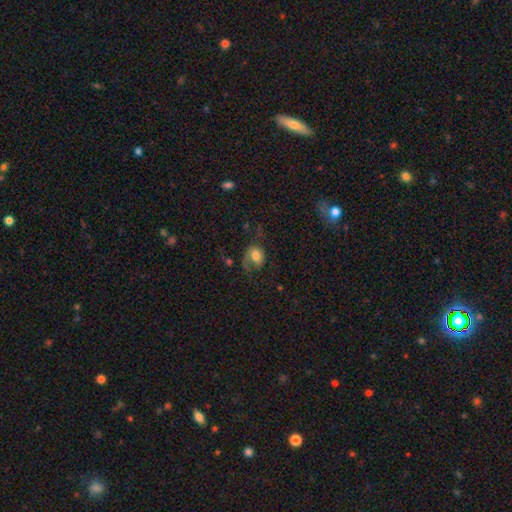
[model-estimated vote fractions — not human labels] Smooth or featured: smooth — 53% (featured or disk — 37%)
How rounded: in between — 58% (round — 41%)
Merging: major disturbance — 37% (tied with none — 37%)